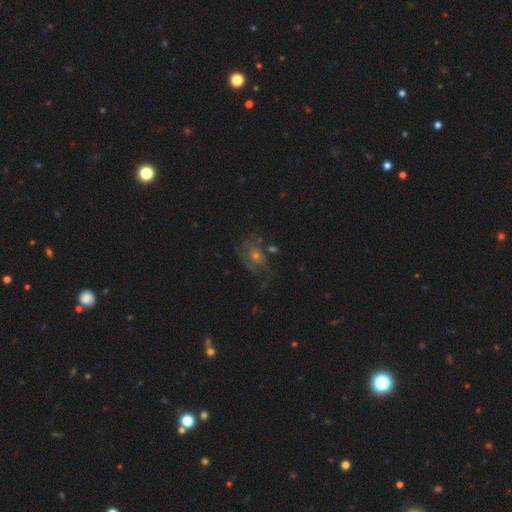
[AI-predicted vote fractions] A featured or disk galaxy (57%) with no bar (76%), spiral arms (69%) and a moderate central bulge (52%). Merging: none (56%).